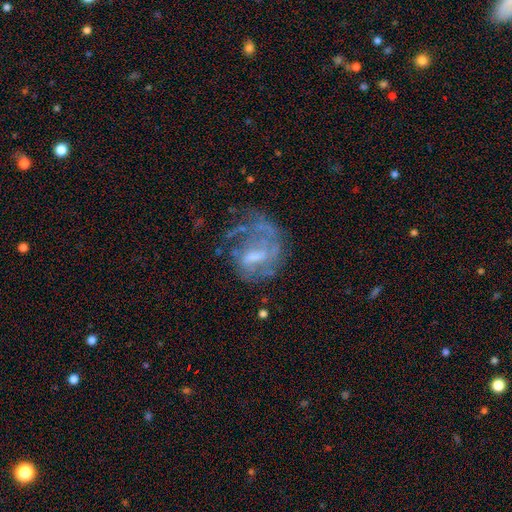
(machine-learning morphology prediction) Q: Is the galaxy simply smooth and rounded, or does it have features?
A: featured or disk — 71%.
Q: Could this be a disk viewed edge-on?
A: no — 97%.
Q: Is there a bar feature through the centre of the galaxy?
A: weak — 50%.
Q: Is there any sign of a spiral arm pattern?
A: yes — 64%.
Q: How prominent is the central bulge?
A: moderate — 38%.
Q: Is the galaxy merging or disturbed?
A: major disturbance — 38%.